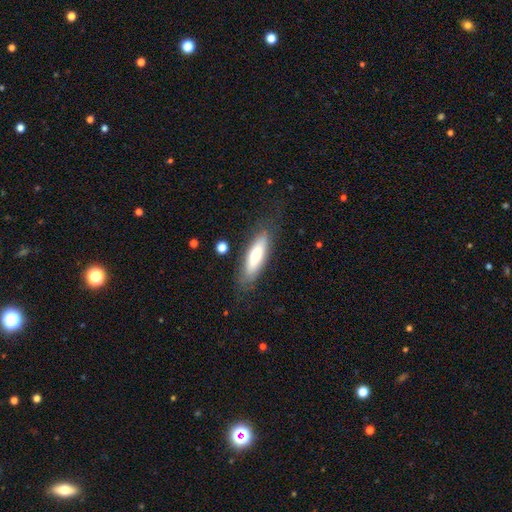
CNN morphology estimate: The model was most divided on "how rounded": cigar-shaped: 51%, in between: 48%, round: 2%. More confident: merging — none (79%); smooth or featured — smooth (68%).